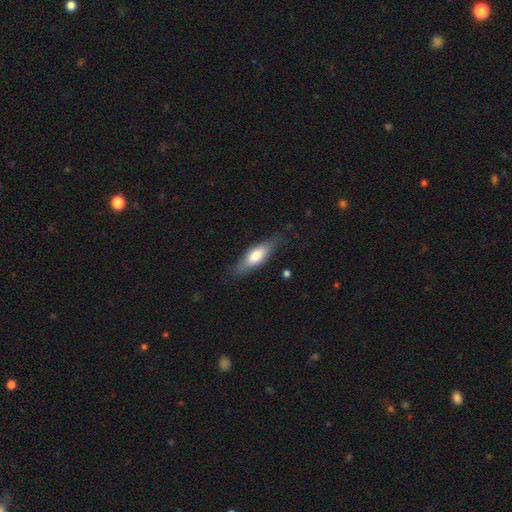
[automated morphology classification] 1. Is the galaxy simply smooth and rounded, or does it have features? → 65% smooth, 29% featured or disk, 6% star or artifact.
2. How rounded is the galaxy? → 55% in between, 42% cigar-shaped, 3% round.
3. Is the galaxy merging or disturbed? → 78% none, 16% minor disturbance, 4% major disturbance, 1% merger.